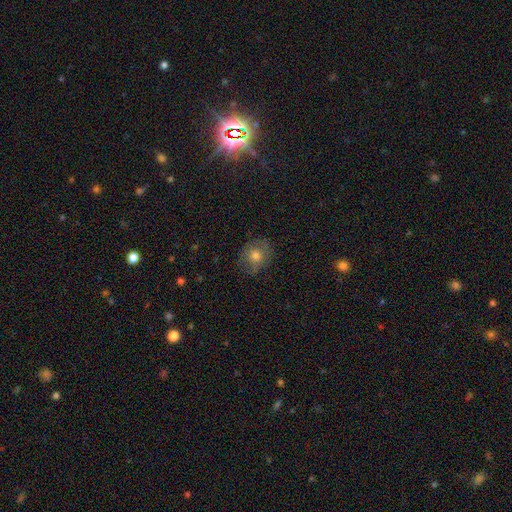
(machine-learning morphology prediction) Q: Smooth or featured?
A: smooth (72%); runner-up: featured or disk (18%)
Q: How rounded?
A: round (66%); runner-up: in between (33%)
Q: Merging?
A: none (80%); runner-up: minor disturbance (15%)